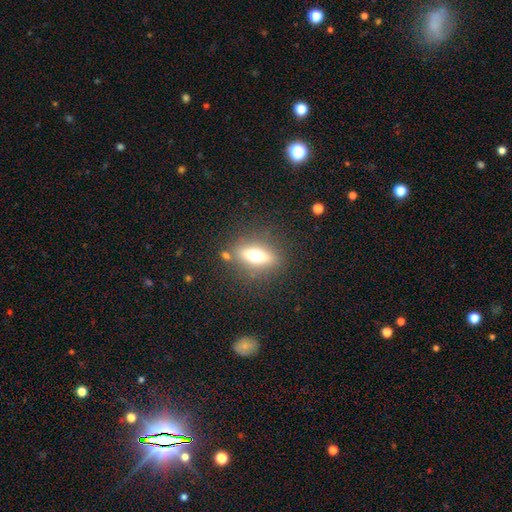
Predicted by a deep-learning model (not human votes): Morphology: type=smooth (56%); roundness=in between (64%); merging=none (79%).